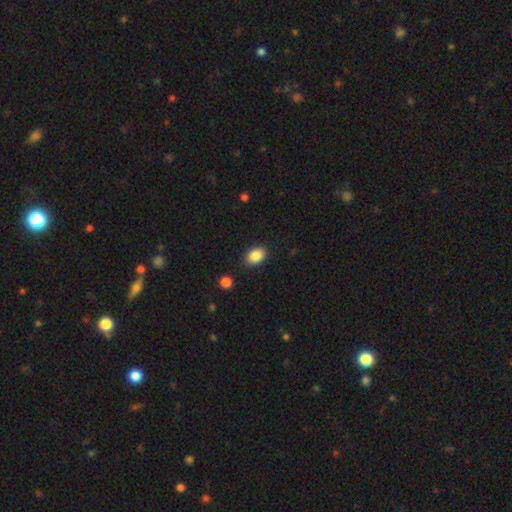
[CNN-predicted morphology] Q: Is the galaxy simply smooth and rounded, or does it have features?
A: smooth — 87%.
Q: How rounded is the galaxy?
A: in between — 83%.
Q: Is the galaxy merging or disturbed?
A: none — 88%.